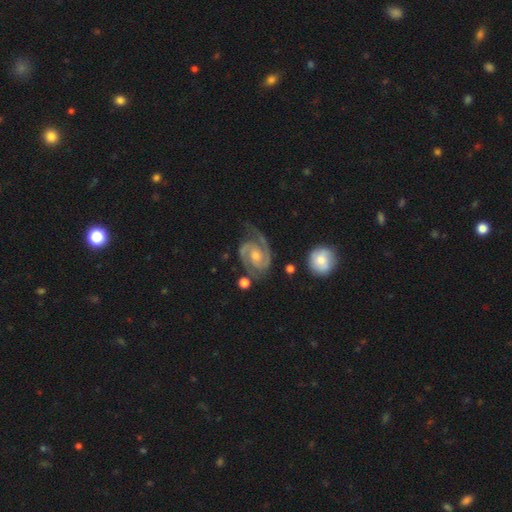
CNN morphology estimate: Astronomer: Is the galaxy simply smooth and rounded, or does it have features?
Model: featured or disk — 91%.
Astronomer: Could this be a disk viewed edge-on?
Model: no — 98%.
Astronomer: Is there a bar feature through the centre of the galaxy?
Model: no — 56% (runner-up: weak, 35%).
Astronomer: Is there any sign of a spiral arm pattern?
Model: yes — 98%.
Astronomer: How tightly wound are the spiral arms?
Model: tight — 53% (runner-up: medium, 40%).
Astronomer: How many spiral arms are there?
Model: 2 — 84%.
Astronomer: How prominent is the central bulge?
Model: moderate — 56% (runner-up: small, 37%).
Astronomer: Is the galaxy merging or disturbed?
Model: none — 64%.